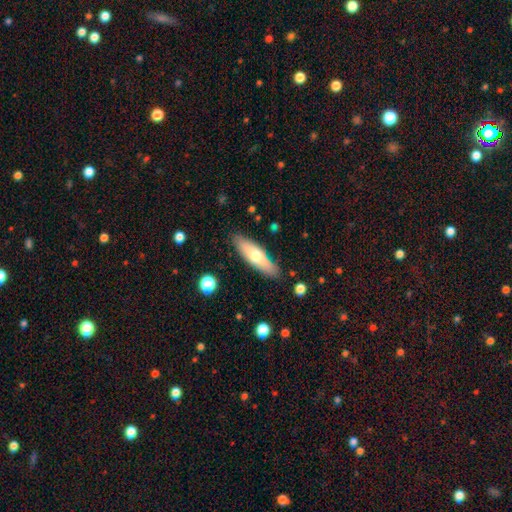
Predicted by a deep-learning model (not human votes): A smooth galaxy with no disk features (62%) that is cigar-shaped (54%). Merging: none (86%).